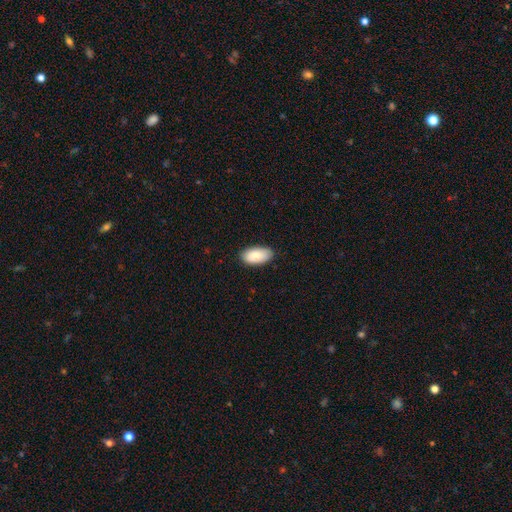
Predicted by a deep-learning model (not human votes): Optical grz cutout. It shows a smooth galaxy with no disk features (85%) that is in between round and cigar-shaped (95%). Merging: none (84%).